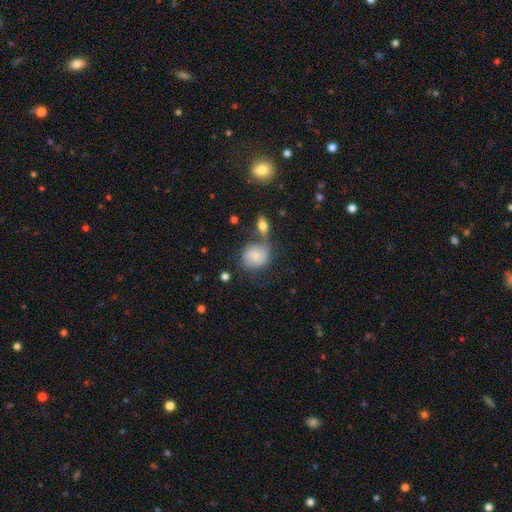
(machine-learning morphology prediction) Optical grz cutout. It shows a smooth galaxy with no disk features (66%) that is round (65%). Merging: none (44%).